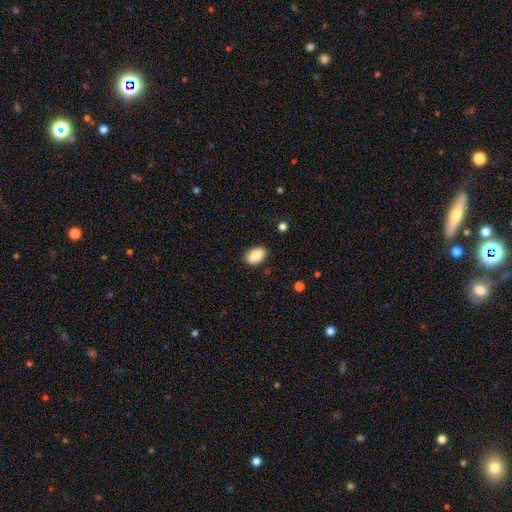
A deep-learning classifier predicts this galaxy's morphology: smooth-or-featured: smooth: 86% | star or artifact: 7% | featured or disk: 7%
  how-rounded: in between: 91% | round: 8% | cigar-shaped: 1%
  merging: none: 86% | minor disturbance: 10% | major disturbance: 2% | merger: 1%